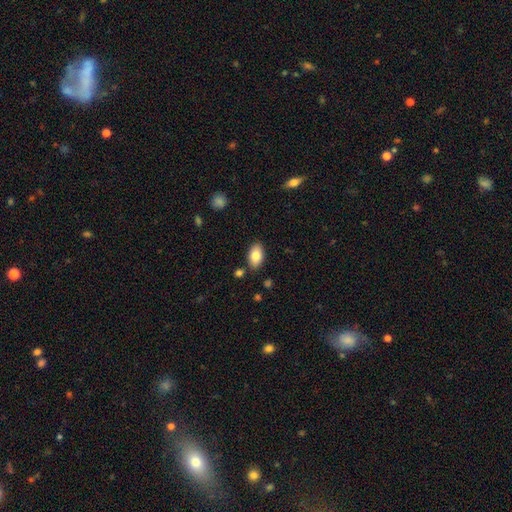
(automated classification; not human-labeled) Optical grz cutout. It shows a smooth galaxy with no disk features (84%) that is in between round and cigar-shaped (93%). Merging: none (85%).